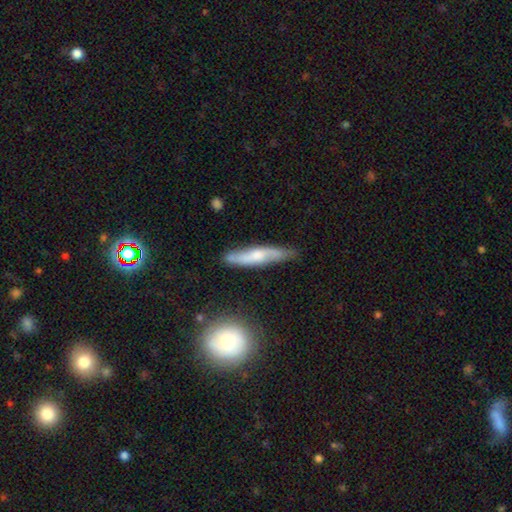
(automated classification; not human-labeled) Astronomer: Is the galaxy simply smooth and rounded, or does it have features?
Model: featured or disk — 49% (runner-up: smooth, 46%).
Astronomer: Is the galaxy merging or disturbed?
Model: none — 75%.